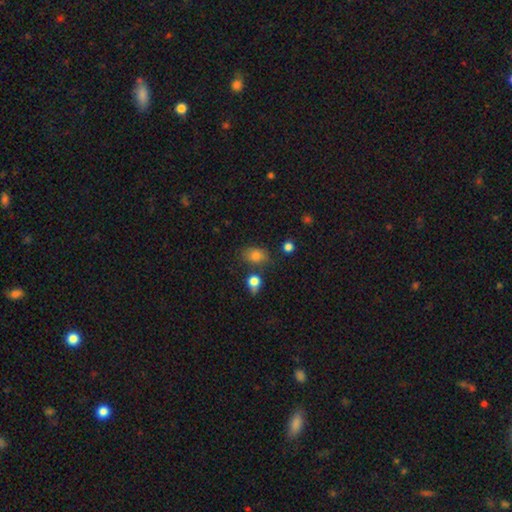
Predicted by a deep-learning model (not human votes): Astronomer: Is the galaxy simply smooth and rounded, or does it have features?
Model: smooth — 80%.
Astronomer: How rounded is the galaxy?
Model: in between — 70%.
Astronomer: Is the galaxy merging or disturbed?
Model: none — 71%.